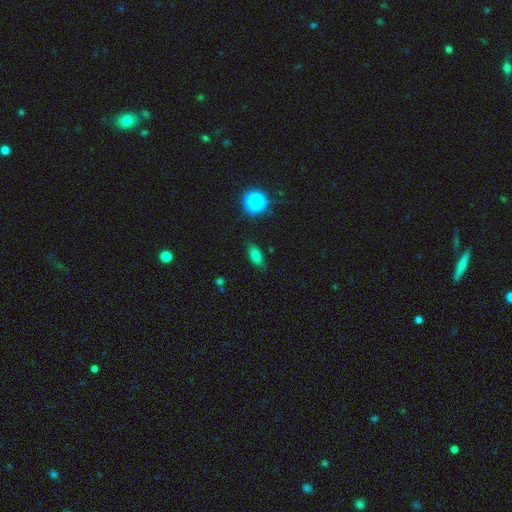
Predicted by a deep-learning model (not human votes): Q: Smooth or featured?
A: smooth (77%); runner-up: star or artifact (15%)
Q: How rounded?
A: in between (82%); runner-up: cigar-shaped (10%)
Q: Merging?
A: none (80%); runner-up: minor disturbance (15%)